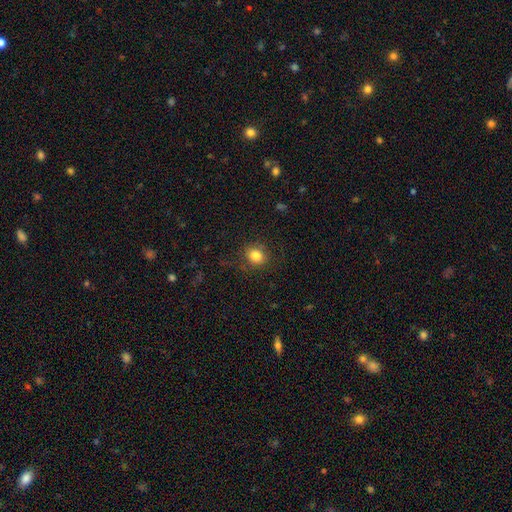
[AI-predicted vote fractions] This is clearly a smooth galaxy (83%). How rounded: likely round (73%). Merging: clearly none (83%).